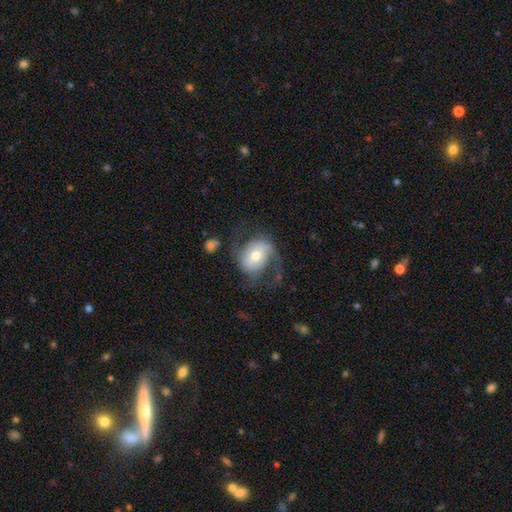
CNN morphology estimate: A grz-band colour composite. It shows a featured or disk galaxy (70%) with no bar (42%), 2 (76%) loose (46%) spiral arms (88%) and a moderate central bulge (60%). Merging: none (51%).